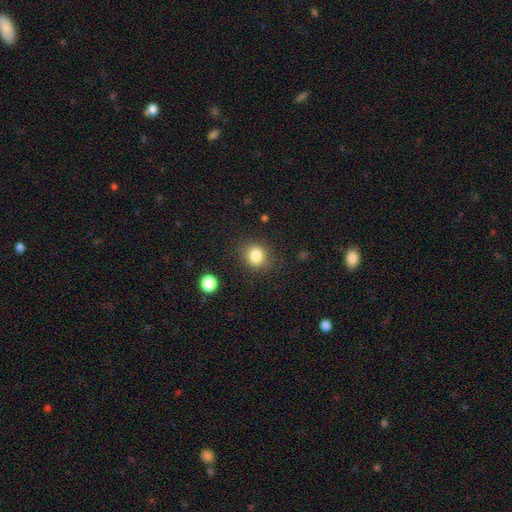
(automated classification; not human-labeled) Smooth or featured: smooth — 84% (star or artifact — 11%)
How rounded: round — 73% (in between — 26%)
Merging: none — 84% (minor disturbance — 11%)